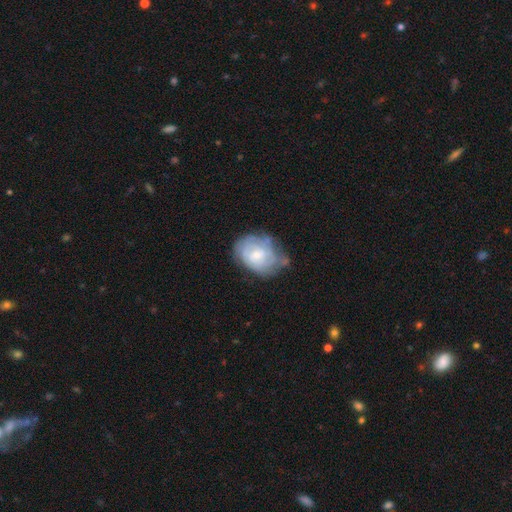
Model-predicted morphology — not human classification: The model was most divided on "merging": none: 47%, minor disturbance: 33%, major disturbance: 16%, merger: 5%. More confident: edge-on disk — no (97%); spiral arms — yes (69%); bar — no (65%); smooth or featured — featured or disk (59%); bulge size — small (59%).